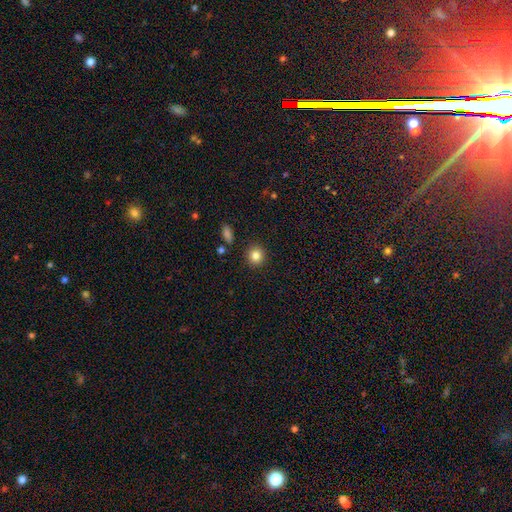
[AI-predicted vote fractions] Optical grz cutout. It shows a smooth galaxy with no disk features (84%) that is round (90%). Merging: none (90%).